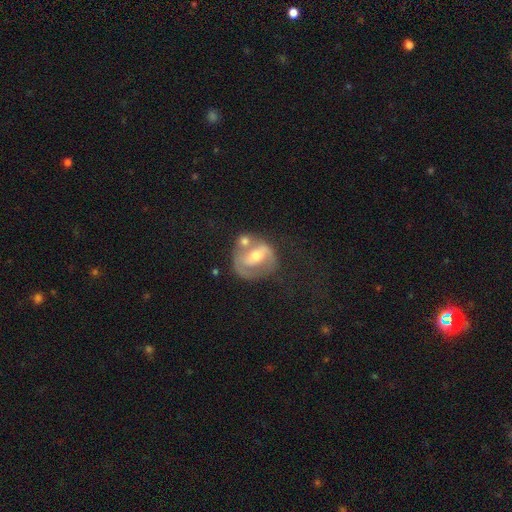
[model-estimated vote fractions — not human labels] smooth-or-featured: featured or disk: 67% | smooth: 25% | star or artifact: 8%
  disk-edge-on: no: 96% | yes: 4%
    bar: weak: 38% | no: 31% | strong: 30%
    has-spiral-arms: yes: 68% | no: 32%
    bulge-size: moderate: 56% | small: 38% | large: 4% | none: 2% | dominant: 1%
  merging: none: 42% | merger: 25% | minor disturbance: 19% | major disturbance: 14%